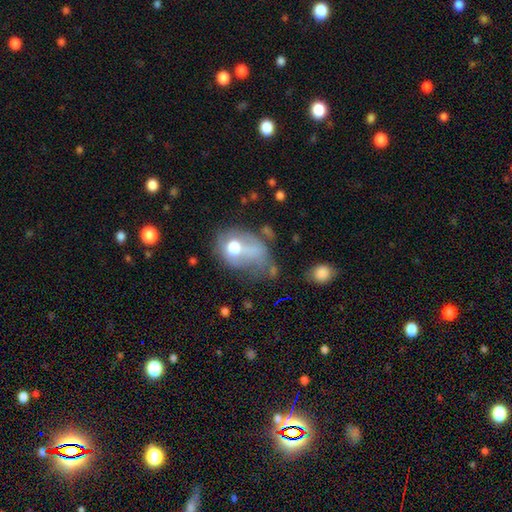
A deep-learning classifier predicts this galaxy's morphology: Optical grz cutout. It shows a smooth galaxy with no disk features (54%) that is in between round and cigar-shaped (62%). Merging: major disturbance (39%).